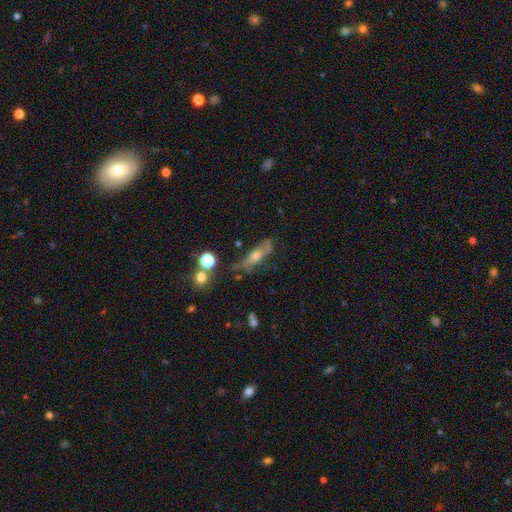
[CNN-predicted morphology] This appears to be a featured or disk galaxy (50%). Merging: none (52%).